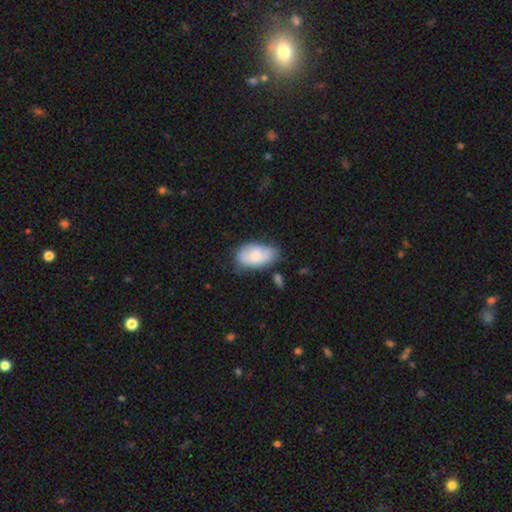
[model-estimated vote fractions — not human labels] Morphology: type=smooth (79%); roundness=in between (94%); merging=none (56%).